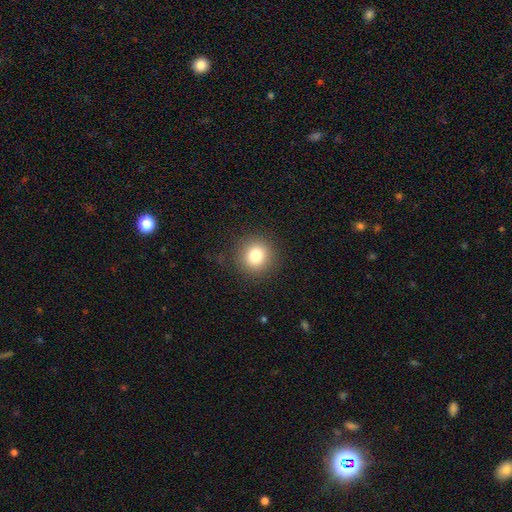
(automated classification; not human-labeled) A smooth galaxy with no disk features (81%) that is round (92%).

Vote fractions:
- Smooth or featured? smooth: 81% / star or artifact: 11% / featured or disk: 8%
- How rounded? round: 92% / in between: 7% / cigar-shaped: 1%
- Merging? none: 88% / minor disturbance: 7% / major disturbance: 3% / merger: 1%